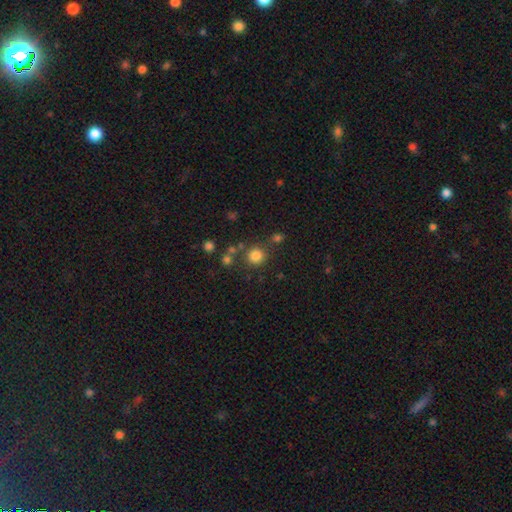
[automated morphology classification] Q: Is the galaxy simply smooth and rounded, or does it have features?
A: smooth — 80%.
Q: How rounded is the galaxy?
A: round — 91%.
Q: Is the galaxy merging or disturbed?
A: none — 77%.